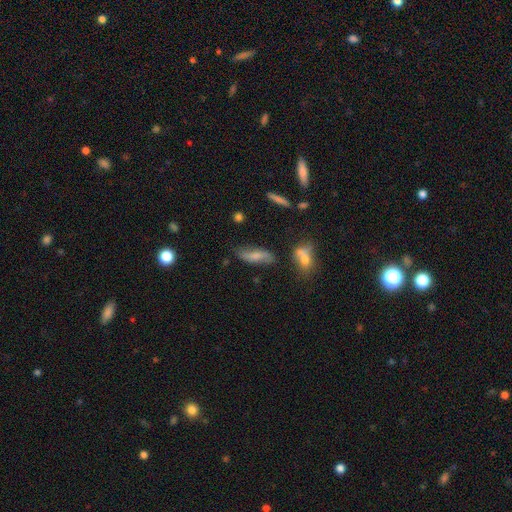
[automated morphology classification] This appears to be a smooth galaxy with no disk features (52%) that is in between round and cigar-shaped (54%). Merging: none (66%).